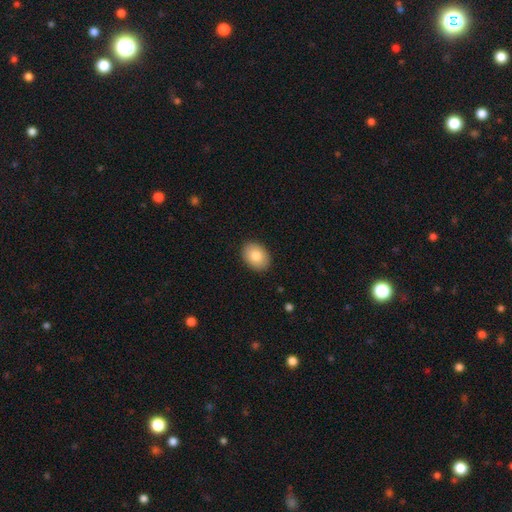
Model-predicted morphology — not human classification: smooth-or-featured: smooth: 84% | featured or disk: 9% | star or artifact: 7%
  how-rounded: in between: 75% | round: 24% | cigar-shaped: 1%
  merging: none: 90% | minor disturbance: 8% | major disturbance: 2% | merger: 1%